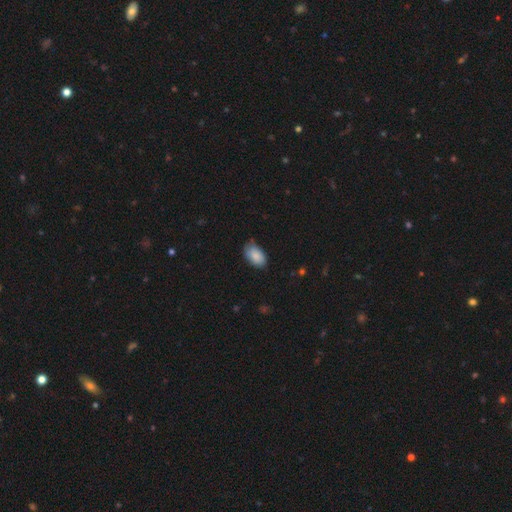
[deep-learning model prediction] smooth-or-featured: smooth: 86% | featured or disk: 7% | star or artifact: 6%
  how-rounded: in between: 94% | round: 5% | cigar-shaped: 2%
  merging: none: 69% | minor disturbance: 26% | major disturbance: 4% | merger: 1%